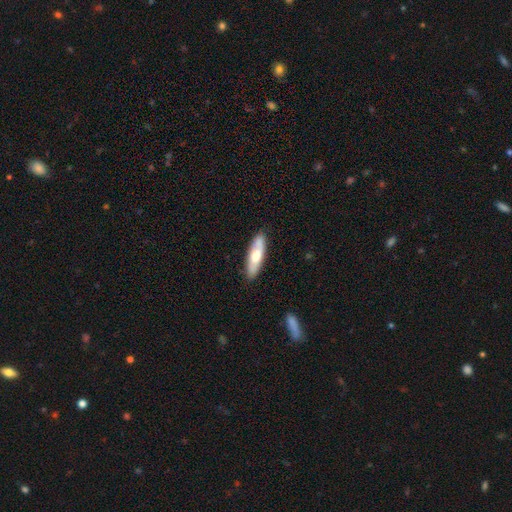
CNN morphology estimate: Smooth or featured? Predicted: smooth (p=0.59). How rounded? Predicted: in between (p=0.50). Merging? Predicted: none (p=0.87).